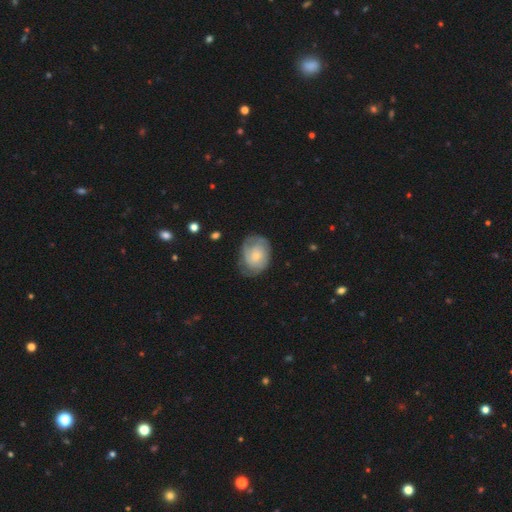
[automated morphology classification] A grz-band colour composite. It shows a featured or disk galaxy (51%). Merging: none (62%).